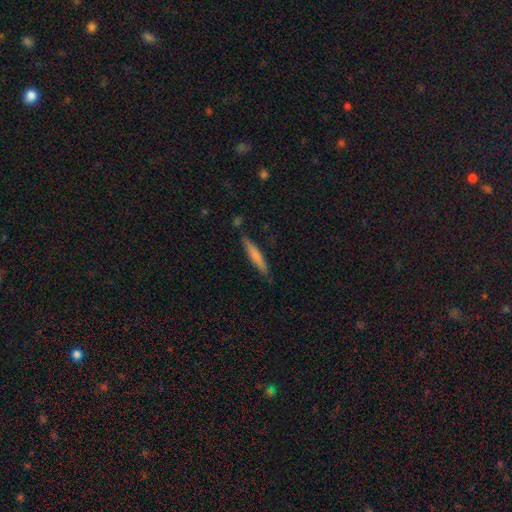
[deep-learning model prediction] Overall: smooth (67%; featured or disk 27%). How rounded: cigar-shaped (93%). Merging: none (83%).